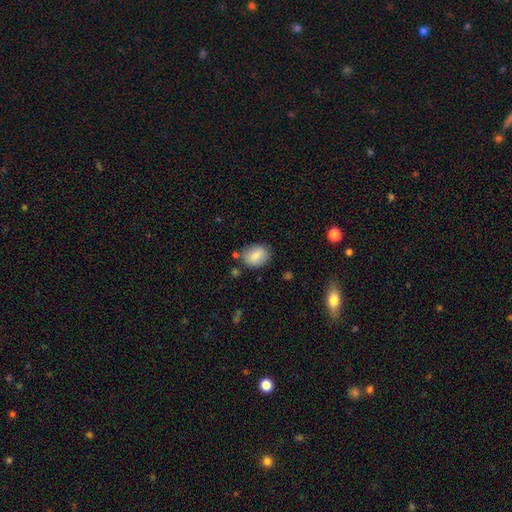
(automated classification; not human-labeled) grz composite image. It shows a smooth galaxy with no disk features (83%) that is in between round and cigar-shaped (67%). Merging: none (75%).